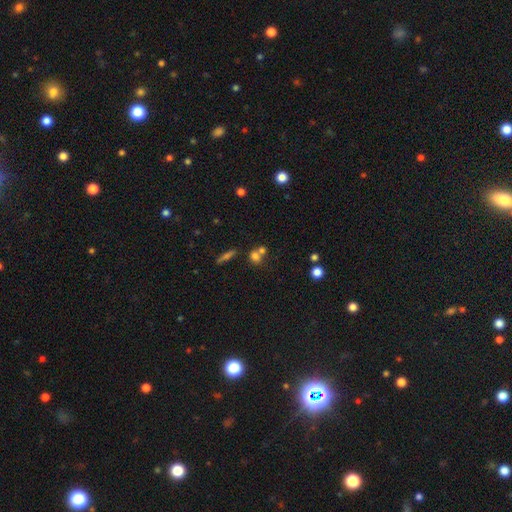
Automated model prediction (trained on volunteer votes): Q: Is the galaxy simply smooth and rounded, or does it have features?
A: smooth — 70%.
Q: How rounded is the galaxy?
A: round — 74%.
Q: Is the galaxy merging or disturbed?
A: merger — 46%.